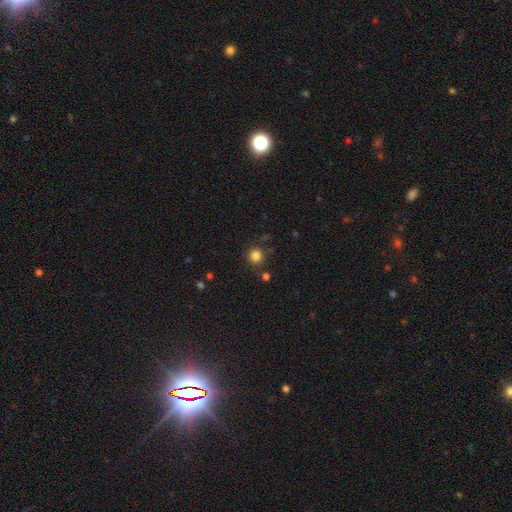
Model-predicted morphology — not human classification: smooth-or-featured: smooth: 83% | star or artifact: 13% | featured or disk: 4%
  how-rounded: round: 93% | in between: 7% | cigar-shaped: 1%
  merging: none: 84% | minor disturbance: 8% | merger: 5% | major disturbance: 3%